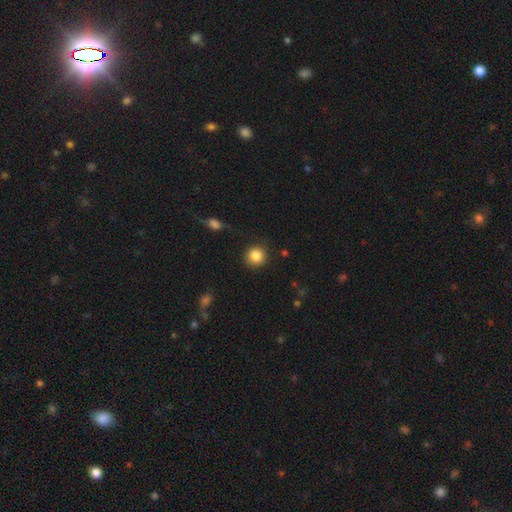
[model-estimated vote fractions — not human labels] Smooth or featured? smooth (85%)
How rounded? round (93%)
Merging? none (87%)